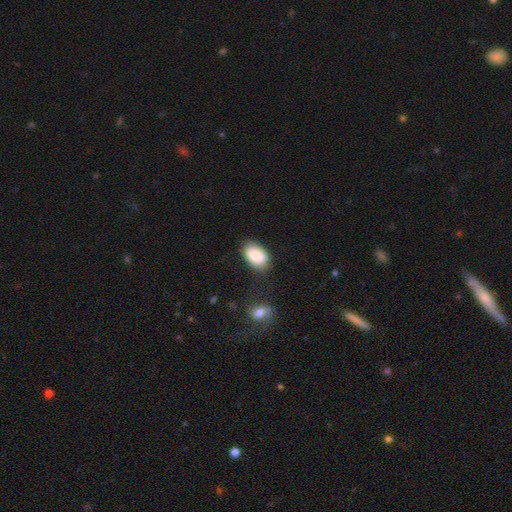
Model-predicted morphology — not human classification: smooth_or_featured: smooth (p=0.86) [alt: featured or disk p=0.07]
how_rounded: in between (p=0.91) [alt: round p=0.08]
merging: none (p=0.73) [alt: minor disturbance p=0.18]